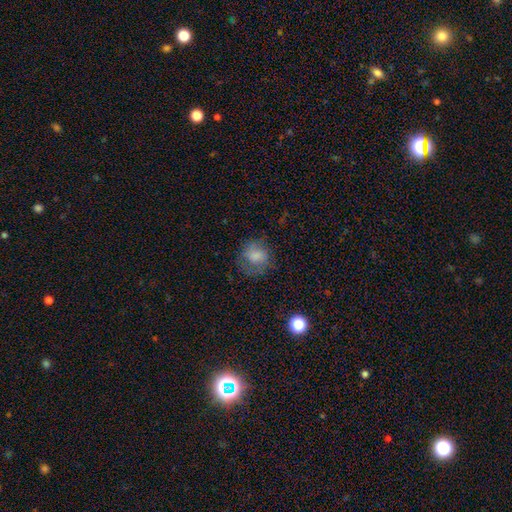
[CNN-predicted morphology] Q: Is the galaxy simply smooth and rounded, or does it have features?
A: smooth — 74%.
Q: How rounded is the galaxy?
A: round — 79%.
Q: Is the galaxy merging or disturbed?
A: none — 64%.